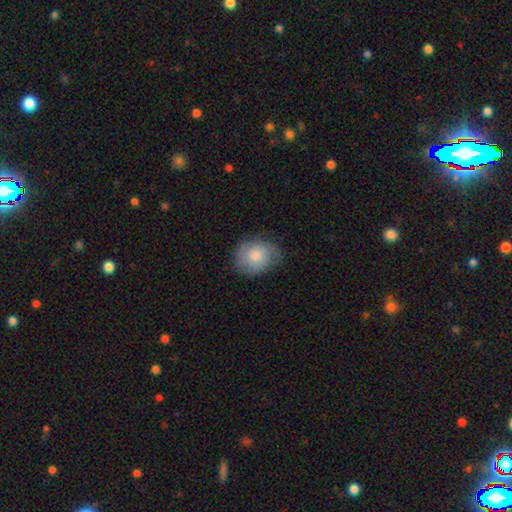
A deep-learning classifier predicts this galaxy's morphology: smooth_or_featured: smooth (p=0.78) [alt: featured or disk p=0.15]
how_rounded: round (p=0.64) [alt: in between p=0.35]
merging: none (p=0.68) [alt: minor disturbance p=0.24]